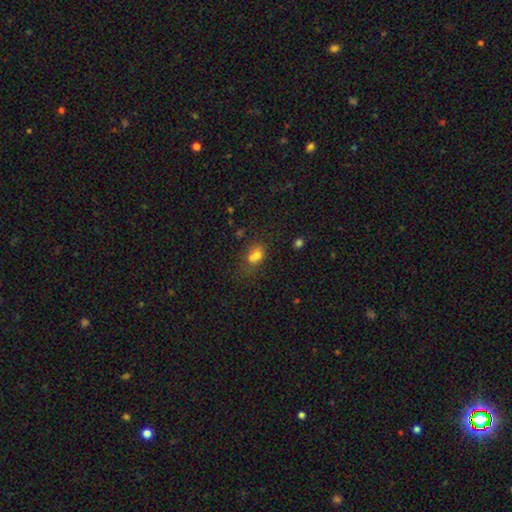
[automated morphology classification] smooth_or_featured: smooth (p=0.72) [alt: star or artifact p=0.15]
how_rounded: in between (p=0.63) [alt: round p=0.34]
merging: merger (p=0.40) [alt: none p=0.36]